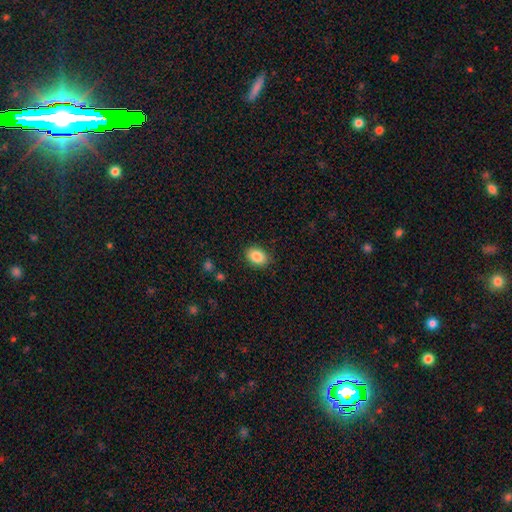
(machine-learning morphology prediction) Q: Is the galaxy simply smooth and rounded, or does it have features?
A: smooth — 87%.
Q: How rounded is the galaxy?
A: in between — 75%.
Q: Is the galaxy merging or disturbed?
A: none — 87%.